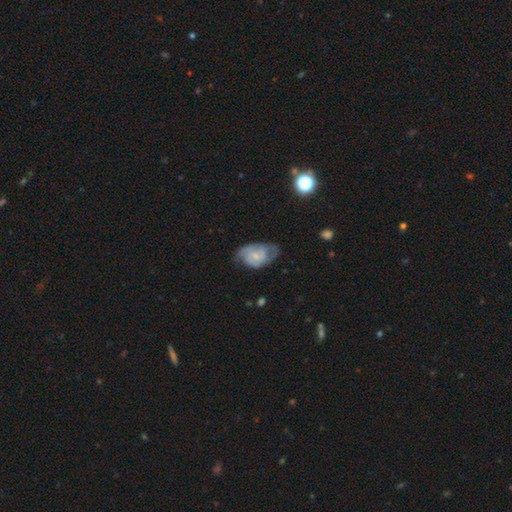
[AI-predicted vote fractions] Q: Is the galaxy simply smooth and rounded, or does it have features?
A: featured or disk — 62%.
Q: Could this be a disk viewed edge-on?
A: no — 97%.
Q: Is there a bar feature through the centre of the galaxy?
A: no — 64%.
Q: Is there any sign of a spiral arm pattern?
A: yes — 84%.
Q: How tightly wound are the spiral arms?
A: medium — 44%.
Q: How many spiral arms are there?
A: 2 — 54%.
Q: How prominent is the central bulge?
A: small — 61%.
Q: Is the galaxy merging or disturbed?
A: none — 49%.